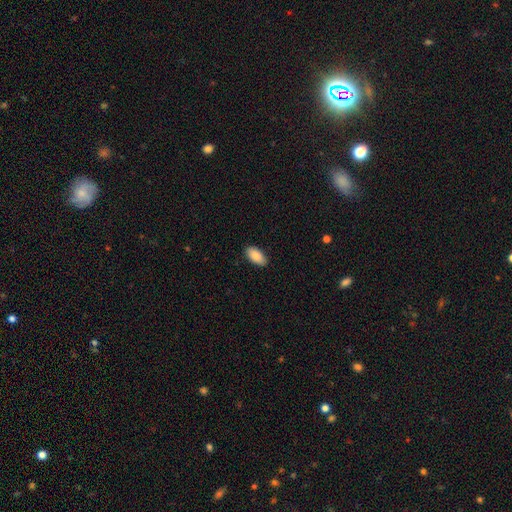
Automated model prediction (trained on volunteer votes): smooth-or-featured: smooth: 89% | star or artifact: 6% | featured or disk: 5%
  how-rounded: in between: 94% | cigar-shaped: 3% | round: 2%
  merging: none: 88% | minor disturbance: 9% | major disturbance: 2% | merger: 1%